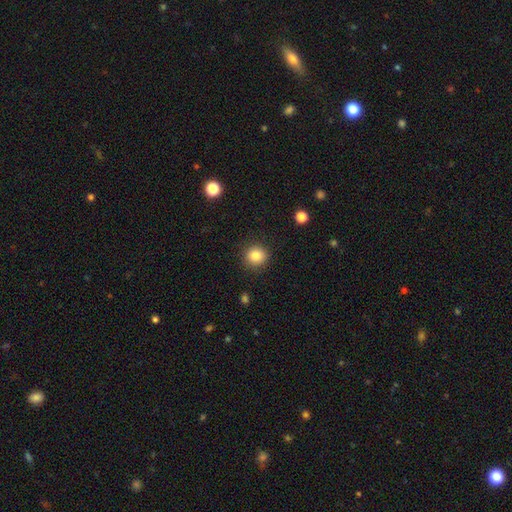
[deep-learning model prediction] A smooth galaxy with no disk features (84%) that is round (90%).

Vote fractions:
- Smooth or featured? smooth: 84% / star or artifact: 10% / featured or disk: 5%
- How rounded? round: 90% / in between: 9% / cigar-shaped: 1%
- Merging? none: 90% / minor disturbance: 6% / major disturbance: 2% / merger: 1%